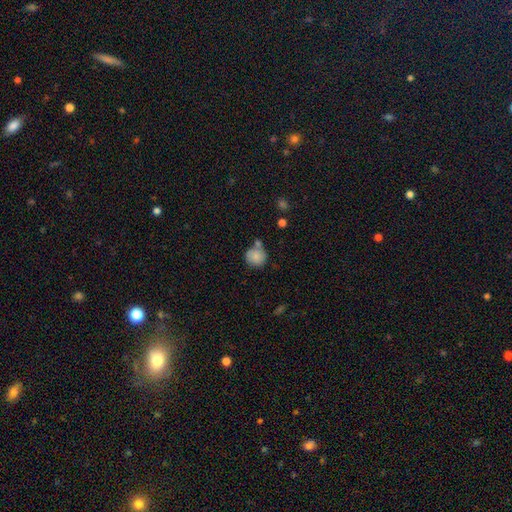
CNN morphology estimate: A smooth galaxy with no disk features (83%) that is round (89%). Merging: none (59%).